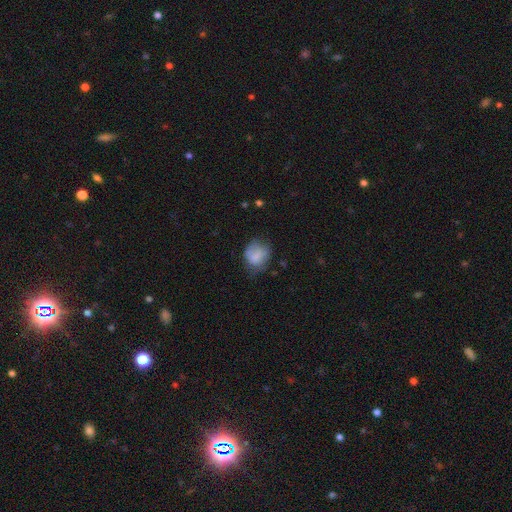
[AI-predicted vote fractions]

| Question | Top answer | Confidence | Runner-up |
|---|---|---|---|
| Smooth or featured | smooth | 74% | featured or disk (17%) |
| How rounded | round | 58% | in between (41%) |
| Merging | none | 48% | minor disturbance (34%) |